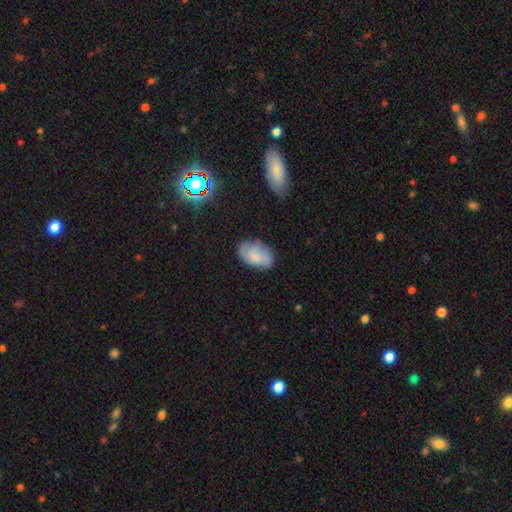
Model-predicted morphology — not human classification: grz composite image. It shows a smooth galaxy with no disk features (62%) that is in between round and cigar-shaped (91%). Merging: none (68%).